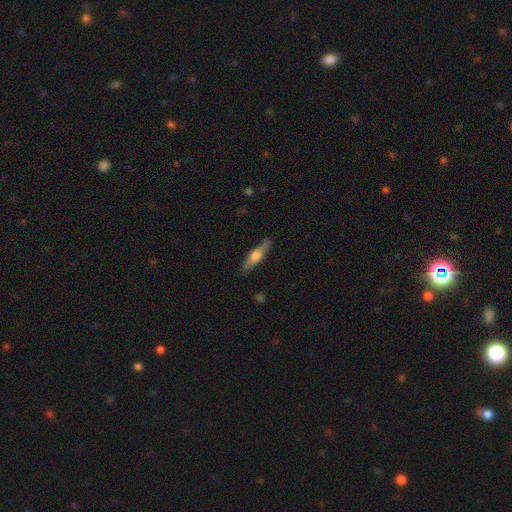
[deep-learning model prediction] This is possibly a featured or disk galaxy (48%). Merging: clearly none (87%).